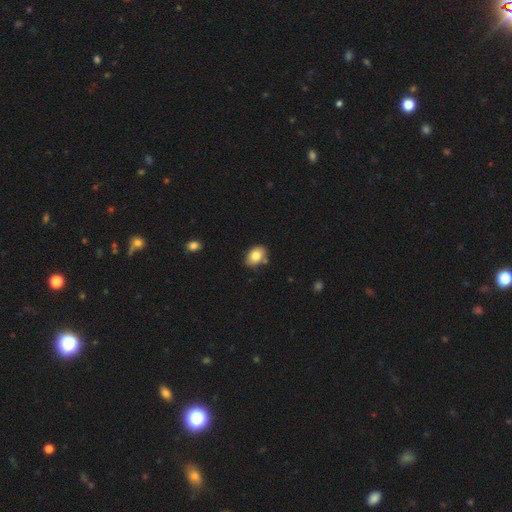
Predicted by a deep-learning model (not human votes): Overall: smooth (82%). How rounded: in between (78%). Merging: none (75%).